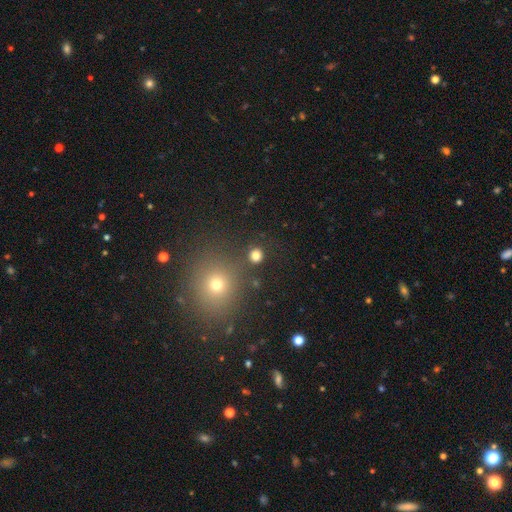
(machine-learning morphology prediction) smooth 77%, star or artifact 18%, featured or disk 5%. Down the decision tree: how rounded — round (90%); merging — none (85%).